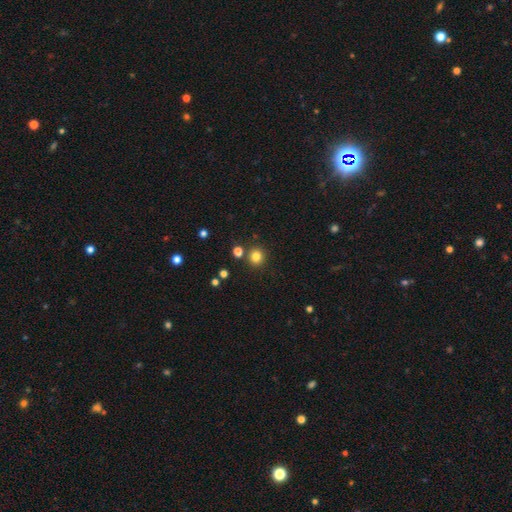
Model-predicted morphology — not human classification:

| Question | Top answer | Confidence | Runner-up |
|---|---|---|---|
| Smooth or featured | smooth | 81% | star or artifact (14%) |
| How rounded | round | 90% | in between (9%) |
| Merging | none | 83% | merger (8%) |